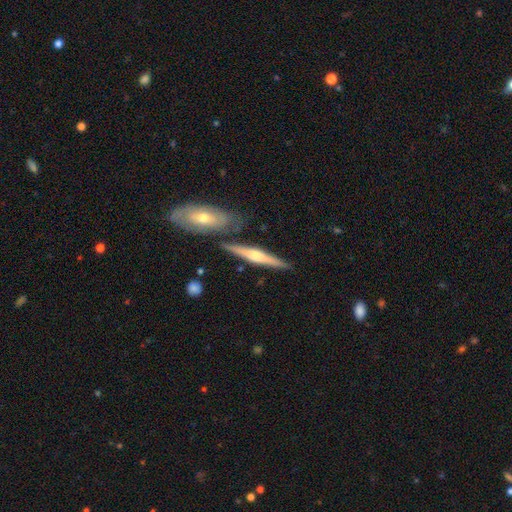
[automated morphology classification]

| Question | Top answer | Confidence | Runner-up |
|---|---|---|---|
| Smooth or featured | featured or disk | 59% | smooth (36%) |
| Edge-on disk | yes | 96% | no (4%) |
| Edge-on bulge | rounded | 77% | boxy (12%) |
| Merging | none | 78% | minor disturbance (11%) |